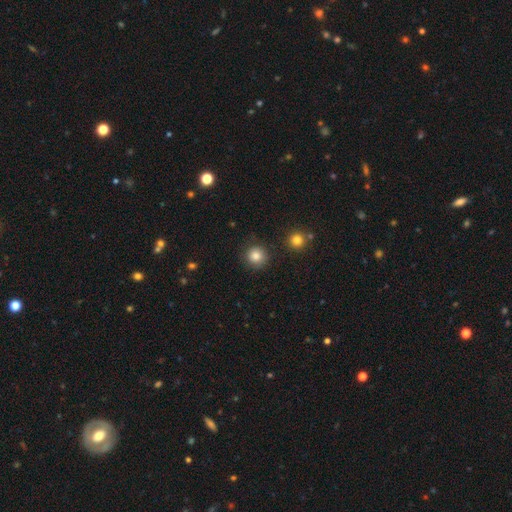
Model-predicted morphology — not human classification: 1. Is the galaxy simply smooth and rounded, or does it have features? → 84% smooth, 11% star or artifact, 5% featured or disk.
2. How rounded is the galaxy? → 94% round, 5% in between, 1% cigar-shaped.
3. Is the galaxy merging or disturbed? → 87% none, 8% minor disturbance, 3% major disturbance, 2% merger.